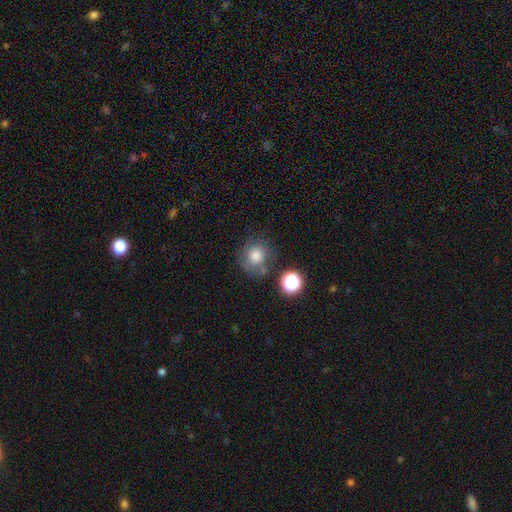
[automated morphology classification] smooth_or_featured: smooth (p=0.78) [alt: star or artifact p=0.12]
how_rounded: round (p=0.88) [alt: in between p=0.11]
merging: none (p=0.67) [alt: minor disturbance p=0.16]